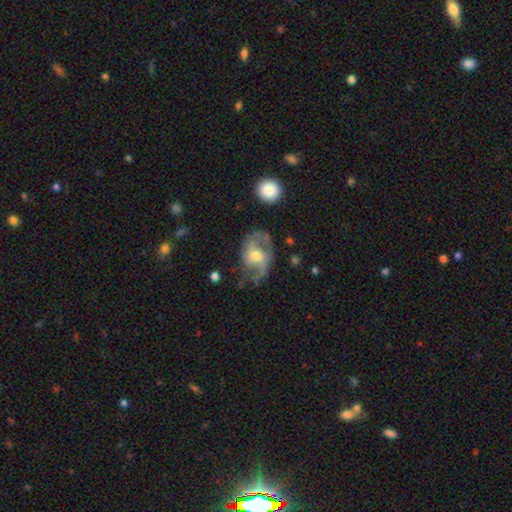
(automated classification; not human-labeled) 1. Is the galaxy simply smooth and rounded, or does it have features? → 75% featured or disk, 18% smooth, 7% star or artifact.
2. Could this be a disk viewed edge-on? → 97% no, 3% yes.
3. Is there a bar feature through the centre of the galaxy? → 46% no, 41% weak, 14% strong.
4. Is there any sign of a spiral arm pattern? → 87% yes, 13% no.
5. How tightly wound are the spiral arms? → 44% loose, 42% medium, 14% tight.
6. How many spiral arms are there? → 81% 2, 8% can't tell, 6% 1, 2% 3, 1% 4, 1% more than 4.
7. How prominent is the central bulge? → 64% moderate, 29% small, 5% large, 1% none, 1% dominant.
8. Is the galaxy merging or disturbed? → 59% none, 23% minor disturbance, 16% major disturbance, 2% merger.